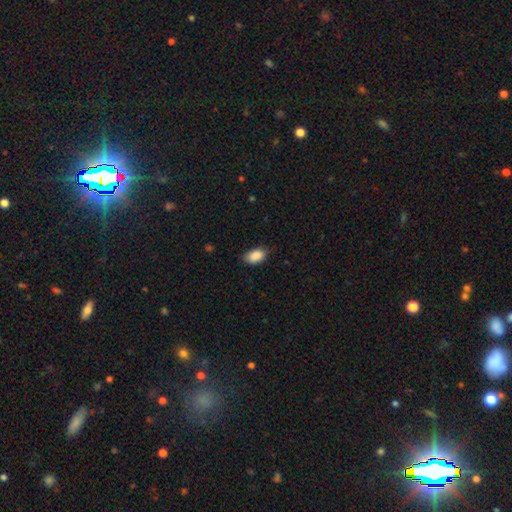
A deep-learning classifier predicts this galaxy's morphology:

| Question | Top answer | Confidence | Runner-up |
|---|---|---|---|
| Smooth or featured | smooth | 90% | star or artifact (7%) |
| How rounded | in between | 91% | round (7%) |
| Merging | none | 79% | minor disturbance (17%) |